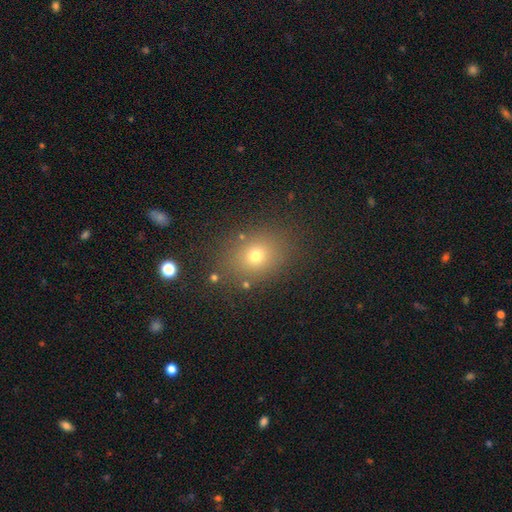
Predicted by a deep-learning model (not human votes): smooth-or-featured: smooth: 70% | star or artifact: 18% | featured or disk: 11%
  how-rounded: round: 51% | in between: 48% | cigar-shaped: 1%
  merging: none: 83% | minor disturbance: 10% | major disturbance: 4% | merger: 3%